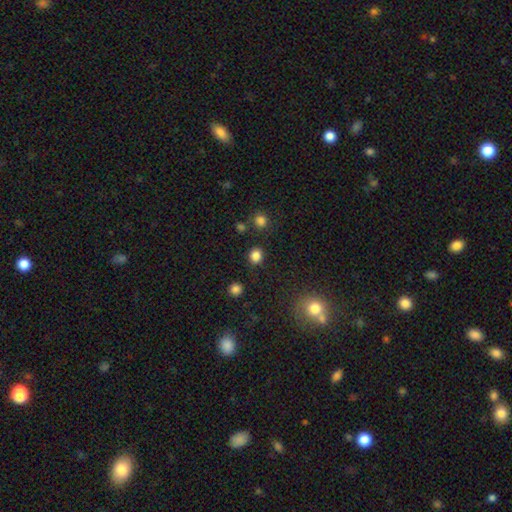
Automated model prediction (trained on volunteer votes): smooth 83%, star or artifact 13%, featured or disk 4%. Down the decision tree: how rounded — round (78%); merging — none (85%).